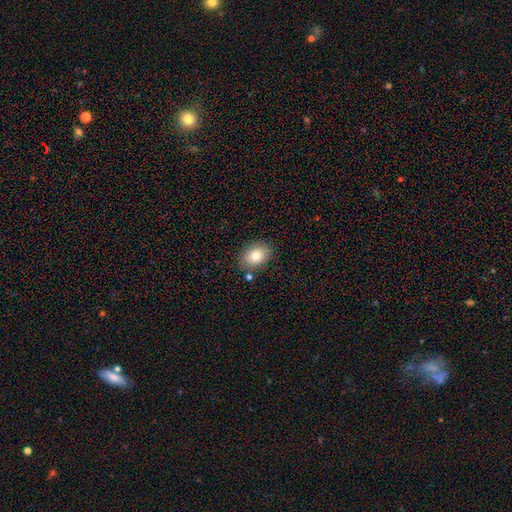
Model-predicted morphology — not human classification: Smooth or featured? Predicted: smooth (p=0.80). How rounded? Predicted: in between (p=0.72). Merging? Predicted: none (p=0.82).